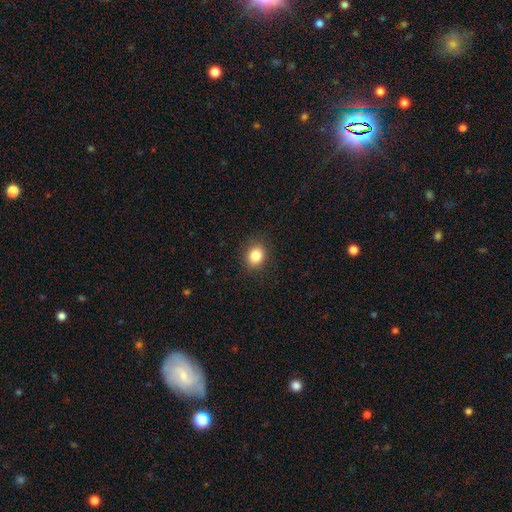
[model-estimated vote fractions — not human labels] smooth 84%, star or artifact 10%, featured or disk 6%. Down the decision tree: how rounded — round (62%); merging — none (89%).